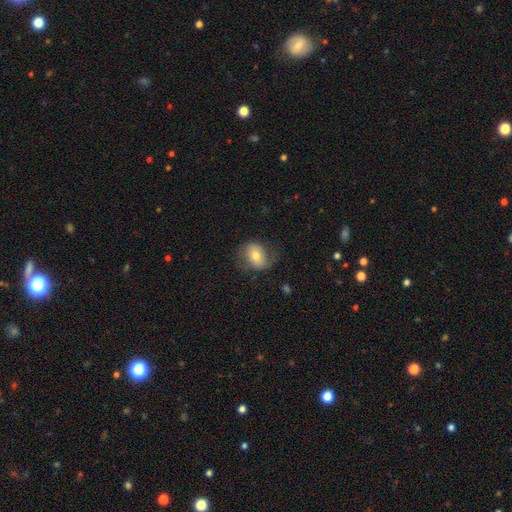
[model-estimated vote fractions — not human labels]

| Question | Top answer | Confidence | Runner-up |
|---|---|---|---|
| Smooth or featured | smooth | 56% | featured or disk (36%) |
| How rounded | in between | 59% | round (40%) |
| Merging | none | 61% | minor disturbance (24%) |